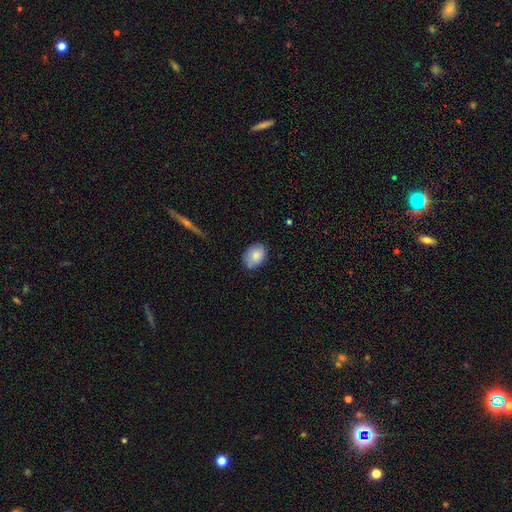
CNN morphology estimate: Smooth or featured? smooth (81%)
How rounded? in between (74%)
Merging? none (72%)